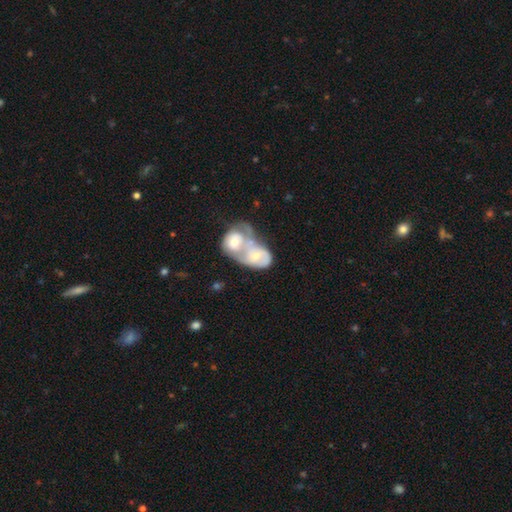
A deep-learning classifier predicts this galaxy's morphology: A featured or disk galaxy (49%). Merging: merger (82%).